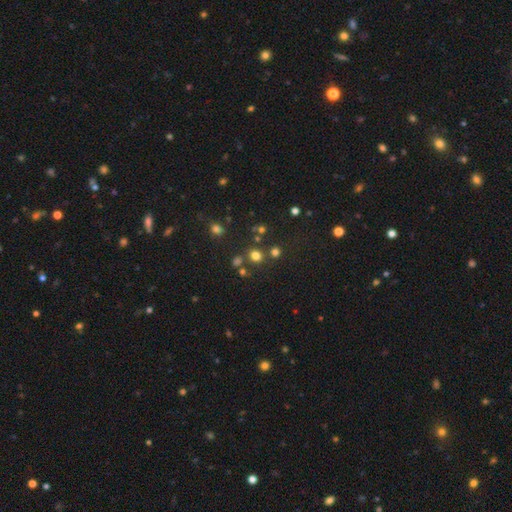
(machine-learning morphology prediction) smooth 72%, star or artifact 21%, featured or disk 7%. Down the decision tree: how rounded — round (83%); merging — none (75%).